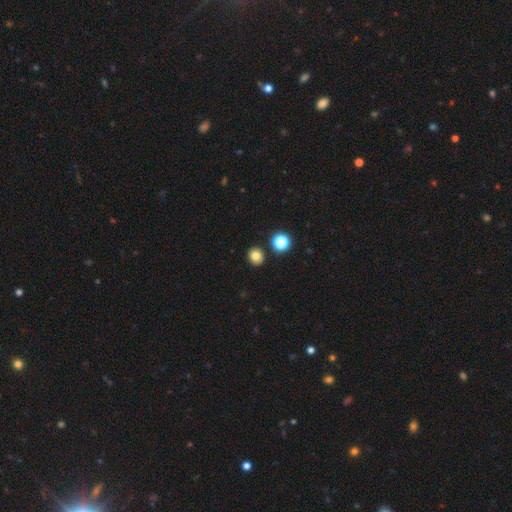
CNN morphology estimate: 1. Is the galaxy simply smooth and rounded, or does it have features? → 78% smooth, 14% star or artifact, 8% featured or disk.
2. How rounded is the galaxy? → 82% round, 17% in between, 1% cigar-shaped.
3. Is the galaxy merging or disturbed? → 88% none, 6% minor disturbance, 4% merger, 2% major disturbance.